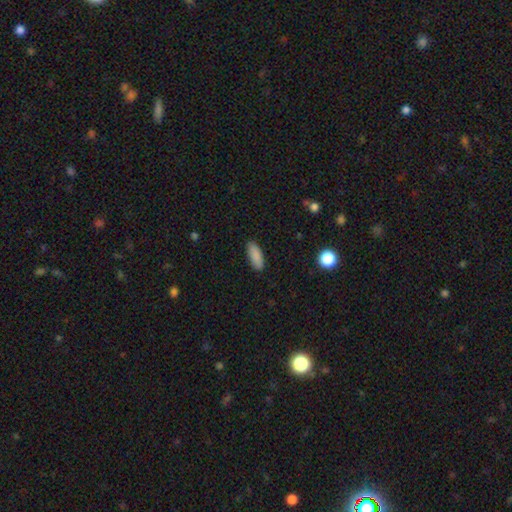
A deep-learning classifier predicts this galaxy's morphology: smooth_or_featured: smooth (p=0.89) [alt: star or artifact p=0.07]
how_rounded: in between (p=0.76) [alt: cigar-shaped p=0.22]
merging: none (p=0.88) [alt: minor disturbance p=0.09]